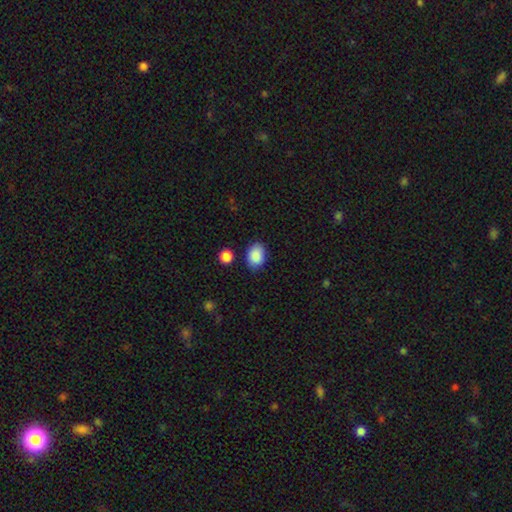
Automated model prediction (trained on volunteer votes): Smooth or featured? Predicted: smooth (p=0.89). How rounded? Predicted: in between (p=0.75). Merging? Predicted: none (p=0.80).